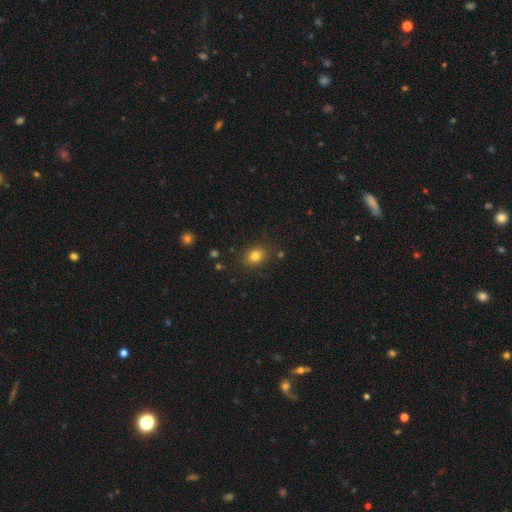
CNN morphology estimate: smooth 82%, star or artifact 12%, featured or disk 6%. Down the decision tree: how rounded — round (56%); merging — none (85%).